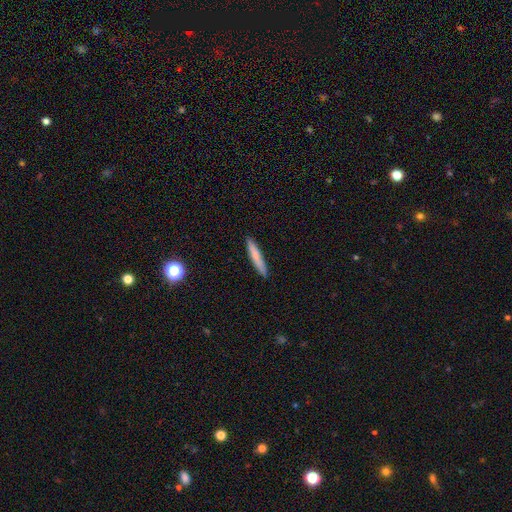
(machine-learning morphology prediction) smooth-or-featured: smooth: 74% | featured or disk: 20% | star or artifact: 7%
  how-rounded: cigar-shaped: 94% | in between: 5% | round: 1%
  merging: none: 90% | minor disturbance: 7% | major disturbance: 2% | merger: 1%